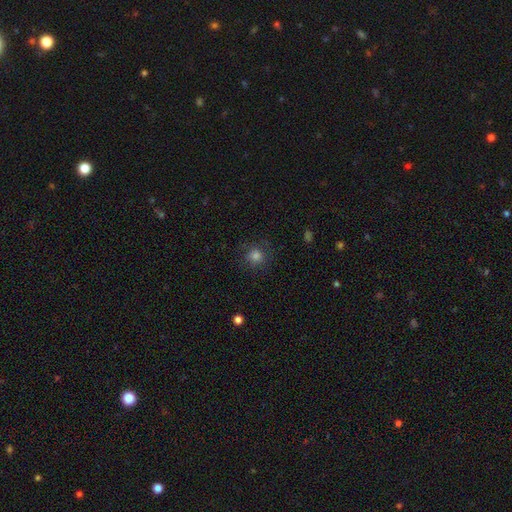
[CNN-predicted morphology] Smooth or featured? smooth (77%)
How rounded? round (91%)
Merging? none (81%)